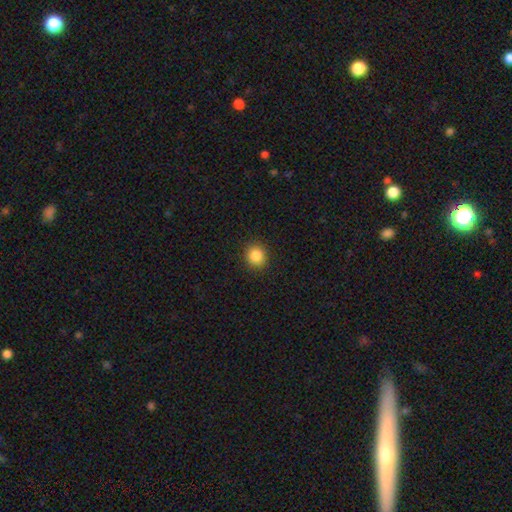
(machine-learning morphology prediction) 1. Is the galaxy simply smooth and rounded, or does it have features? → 85% smooth, 11% star or artifact, 5% featured or disk.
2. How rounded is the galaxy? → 85% round, 14% in between, 1% cigar-shaped.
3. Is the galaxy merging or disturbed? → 91% none, 6% minor disturbance, 2% major disturbance, 1% merger.